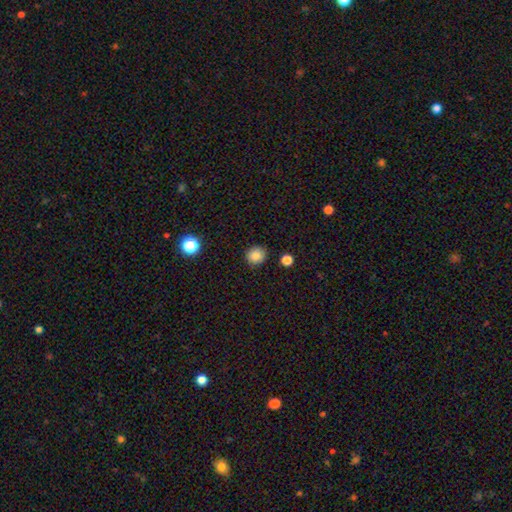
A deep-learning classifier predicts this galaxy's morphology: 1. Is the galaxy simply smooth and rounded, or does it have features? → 84% smooth, 11% star or artifact, 5% featured or disk.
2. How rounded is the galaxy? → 85% round, 14% in between, 1% cigar-shaped.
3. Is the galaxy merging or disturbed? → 87% none, 9% minor disturbance, 2% major disturbance, 2% merger.